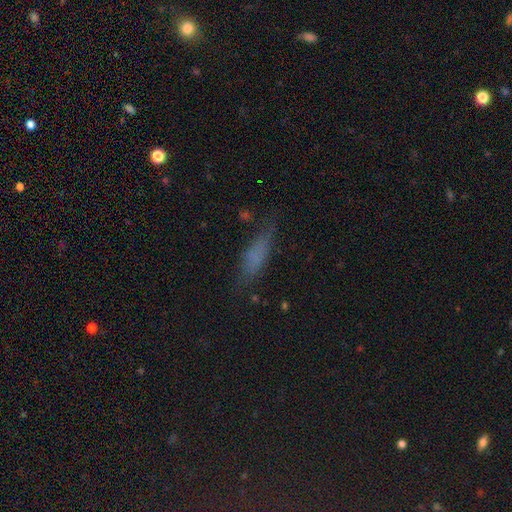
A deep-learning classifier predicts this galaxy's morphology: Q: Smooth or featured?
A: smooth (66%); runner-up: featured or disk (21%)
Q: How rounded?
A: cigar-shaped (60%); runner-up: in between (38%)
Q: Merging?
A: none (64%); runner-up: minor disturbance (24%)